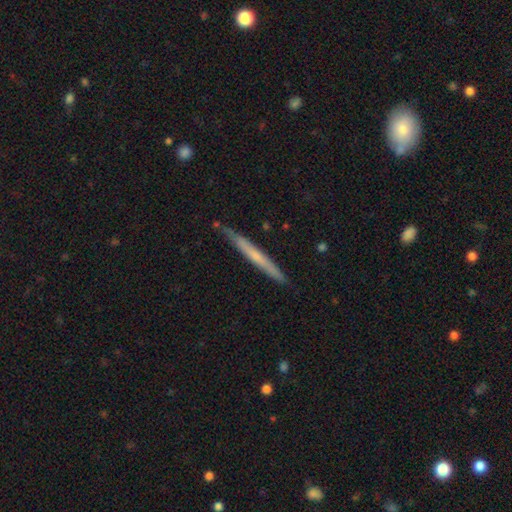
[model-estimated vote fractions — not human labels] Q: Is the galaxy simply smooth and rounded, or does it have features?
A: featured or disk — 48%.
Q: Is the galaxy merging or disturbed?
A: none — 85%.